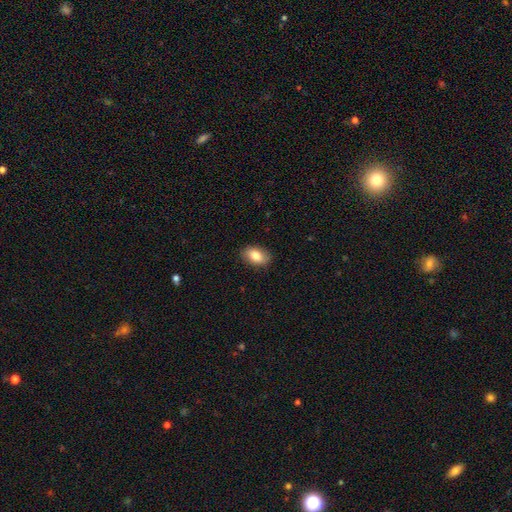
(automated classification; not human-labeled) Morphology: type=smooth (83%); roundness=in between (89%); merging=none (87%).